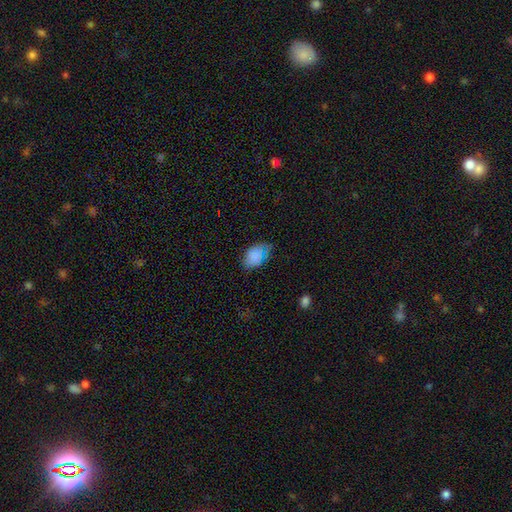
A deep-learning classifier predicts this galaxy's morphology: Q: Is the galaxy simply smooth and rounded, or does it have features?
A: smooth — 76%.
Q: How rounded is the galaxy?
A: in between — 89%.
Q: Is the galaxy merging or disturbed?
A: none — 68%.